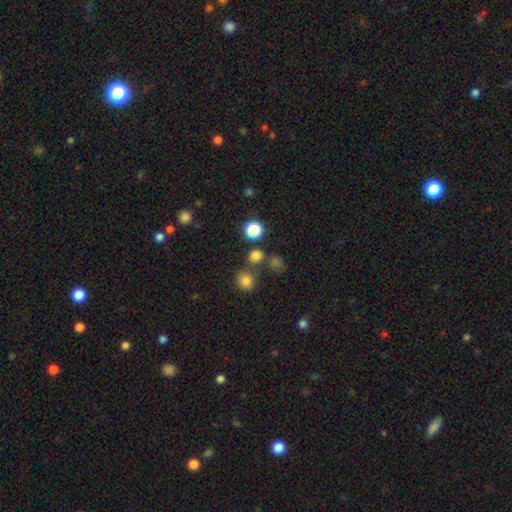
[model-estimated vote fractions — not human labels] Smooth or featured?
  - smooth: 73% *
  - star or artifact: 22%
  - featured or disk: 5%
How rounded?
  - round: 85% *
  - in between: 14%
  - cigar-shaped: 1%
Merging?
  - none: 74% *
  - merger: 14%
  - minor disturbance: 8%
  - major disturbance: 4%